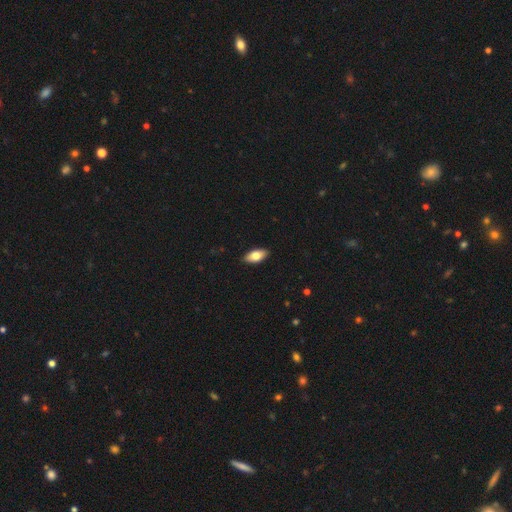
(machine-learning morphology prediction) This appears to be a smooth galaxy with no disk features (78%) that is in between round and cigar-shaped (90%). Merging: none (89%).